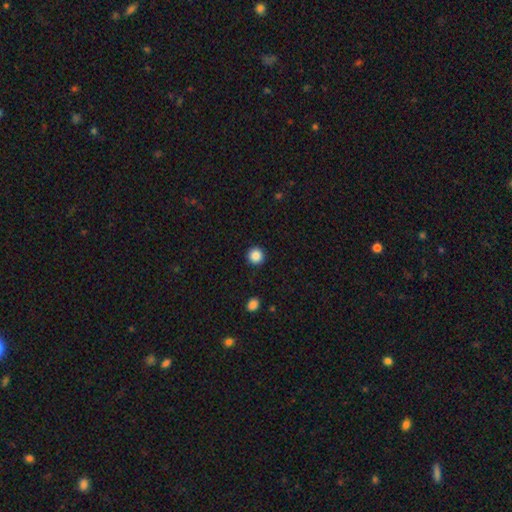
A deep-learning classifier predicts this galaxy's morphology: A smooth galaxy with no disk features (88%) that is round (96%).

Vote fractions:
- Smooth or featured? smooth: 88% / star or artifact: 10% / featured or disk: 3%
- How rounded? round: 96% / in between: 3% / cigar-shaped: 1%
- Merging? none: 93% / minor disturbance: 4% / major disturbance: 2% / merger: 1%